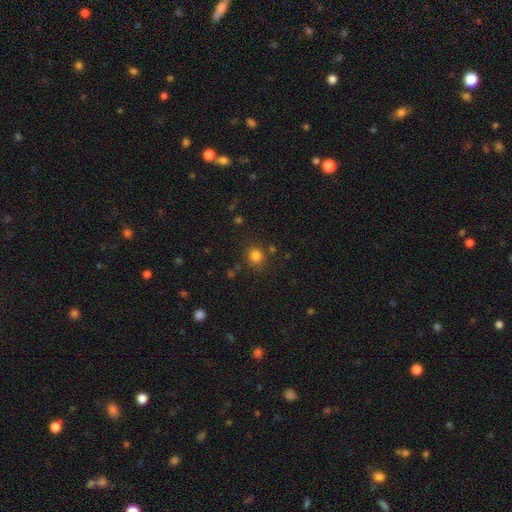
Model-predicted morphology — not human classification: This is clearly a smooth galaxy (81%). How rounded: clearly round (85%). Merging: clearly none (81%).